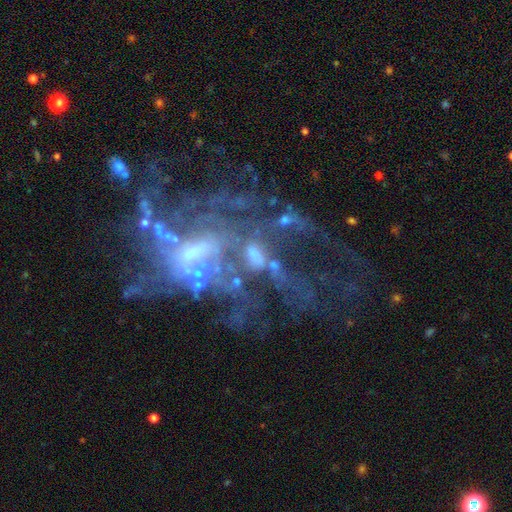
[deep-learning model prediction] Smooth or featured? featured or disk (74%)
Edge-on disk? no (97%)
Bar? no (54%)
Spiral arms? yes (61%)
Bulge size? small (40%)
Merging? major disturbance (39%)